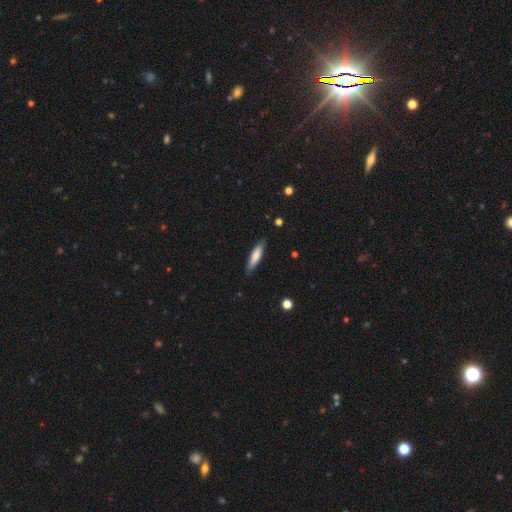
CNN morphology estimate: Smooth or featured: smooth — 74% (featured or disk — 20%)
How rounded: cigar-shaped — 76% (in between — 23%)
Merging: none — 86% (minor disturbance — 11%)